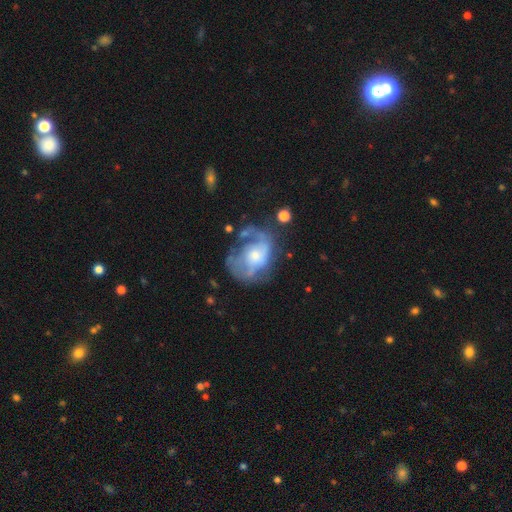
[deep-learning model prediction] Smooth or featured? featured or disk (71%)
Edge-on disk? no (97%)
Bar? no (76%)
Spiral arms? yes (70%)
Bulge size? small (49%)
Merging? none (41%)